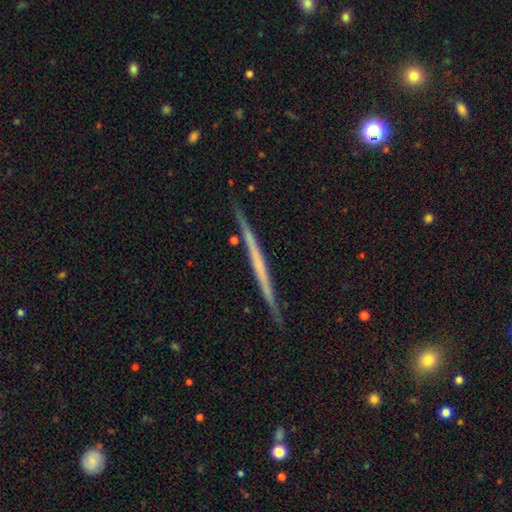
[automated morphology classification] smooth-or-featured: featured or disk: 65% | smooth: 26% | star or artifact: 9%
  disk-edge-on: yes: 97% | no: 3%
    edge-on-bulge: none: 82% | rounded: 13% | boxy: 5%
  merging: none: 89% | minor disturbance: 8% | major disturbance: 2% | merger: 1%